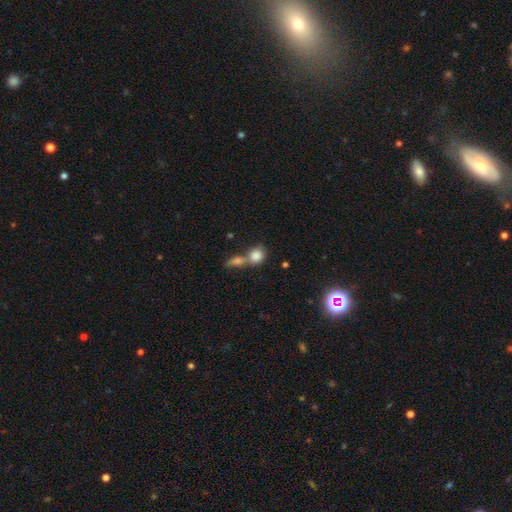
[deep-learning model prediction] smooth 83%, featured or disk 9%, star or artifact 8%. Down the decision tree: how rounded — round (65%); merging — merger (56%).